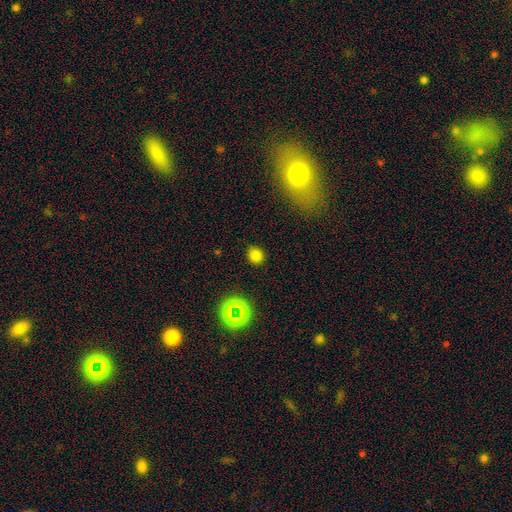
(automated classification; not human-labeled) smooth-or-featured: smooth: 77% | star or artifact: 18% | featured or disk: 5%
  how-rounded: round: 83% | in between: 15% | cigar-shaped: 1%
  merging: none: 89% | minor disturbance: 7% | major disturbance: 3% | merger: 1%